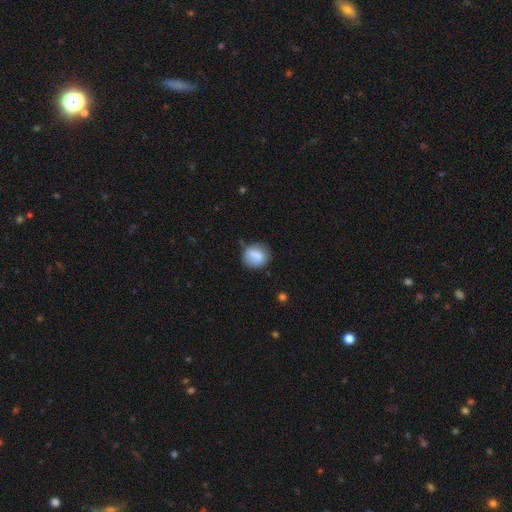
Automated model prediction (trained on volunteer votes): Smooth or featured? smooth (74%)
How rounded? round (71%)
Merging? none (67%)